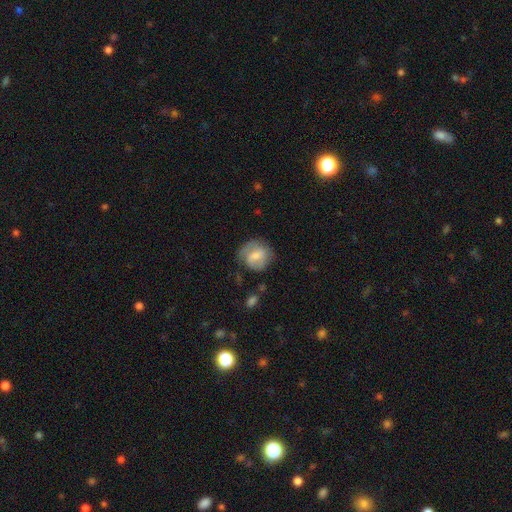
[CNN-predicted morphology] A smooth galaxy with no disk features (48%). Merging: none (65%).